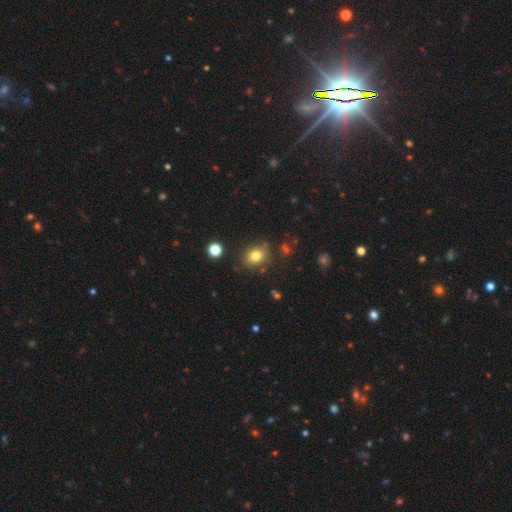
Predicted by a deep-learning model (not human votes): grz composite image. It shows a smooth galaxy with no disk features (78%) that is round (49%, tied with in between). Merging: none (81%).